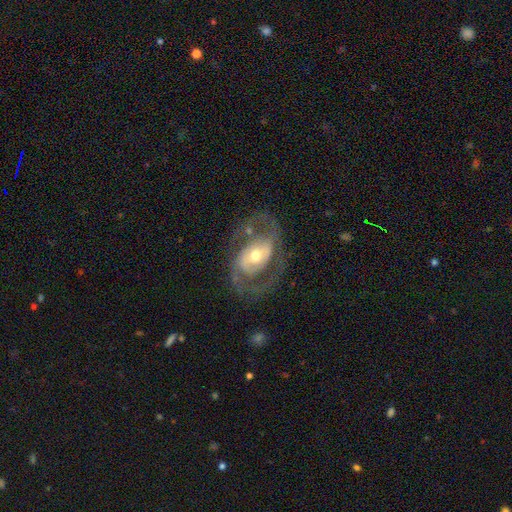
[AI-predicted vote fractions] This is likely a featured or disk galaxy (78%). It is clearly not viewed edge-on (95%). Bar: possibly no (47%). Spiral arm pattern: likely yes (67%). Spiral arm count: likely 2 (77%). Spiral winding: possibly medium (47%). Central bulge: likely moderate (67%). Merging: likely none (64%).